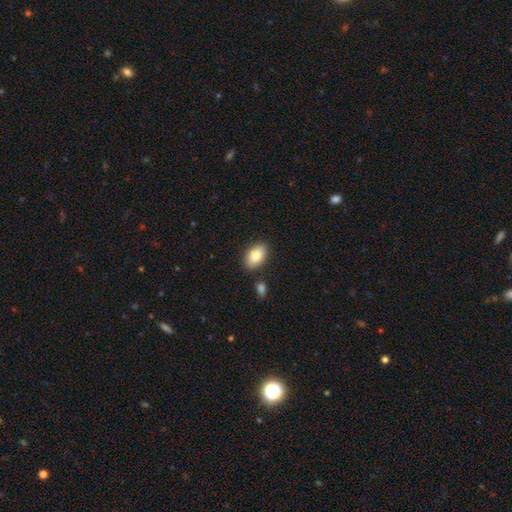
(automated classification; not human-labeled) This is clearly a smooth galaxy (84%). How rounded: clearly in between (91%). Merging: clearly none (84%).